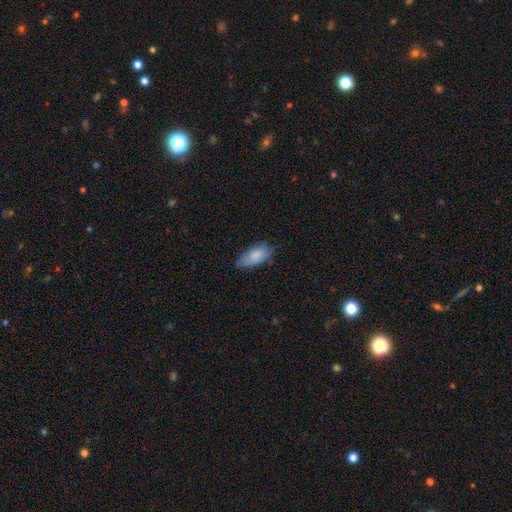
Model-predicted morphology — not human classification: Smooth or featured? smooth (83%)
How rounded? in between (90%)
Merging? none (63%)